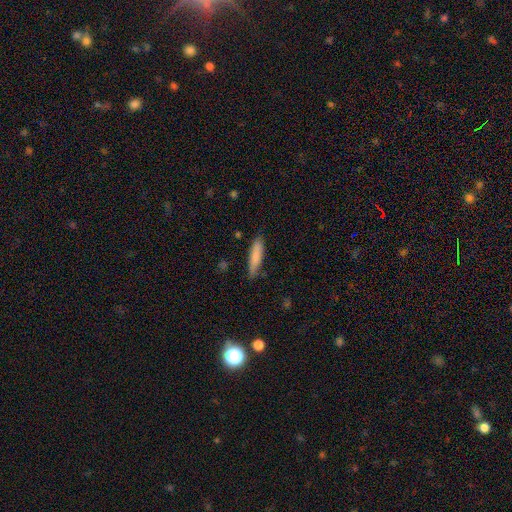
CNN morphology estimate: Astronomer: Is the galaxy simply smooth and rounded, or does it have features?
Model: smooth — 82%.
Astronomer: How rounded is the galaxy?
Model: cigar-shaped — 82%.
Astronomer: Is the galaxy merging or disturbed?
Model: none — 83%.